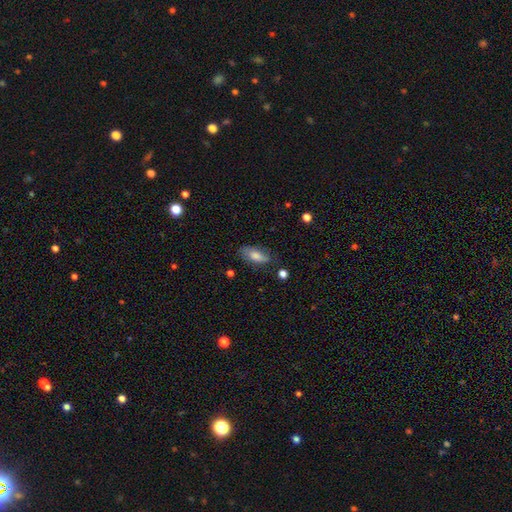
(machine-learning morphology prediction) Overall: smooth (67%). How rounded: in between (78%). Merging: none (74%).